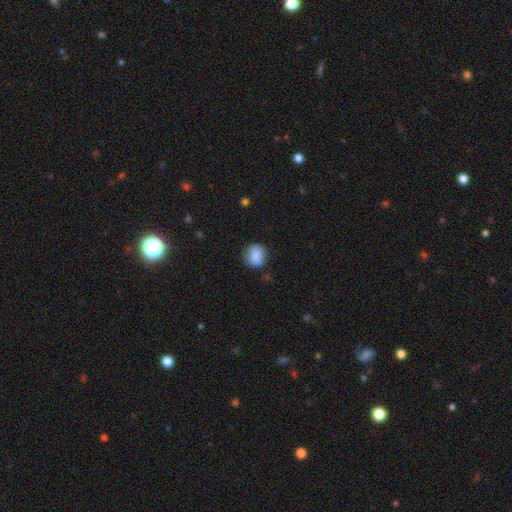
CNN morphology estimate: smooth-or-featured: smooth: 84% | star or artifact: 8% | featured or disk: 8%
  how-rounded: round: 75% | in between: 24% | cigar-shaped: 1%
  merging: none: 71% | minor disturbance: 22% | major disturbance: 5% | merger: 2%